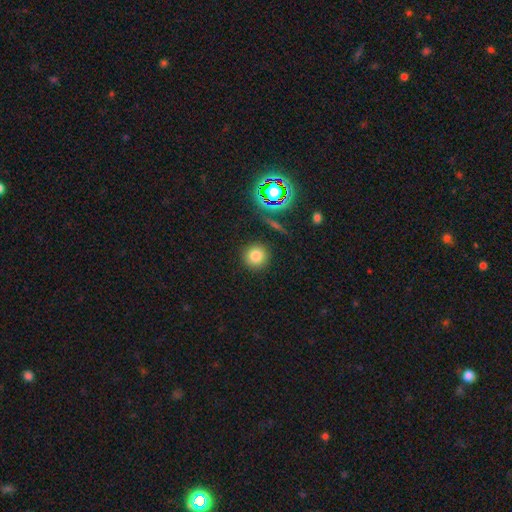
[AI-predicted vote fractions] A smooth galaxy with no disk features (79%) that is round (93%). Merging: none (89%).